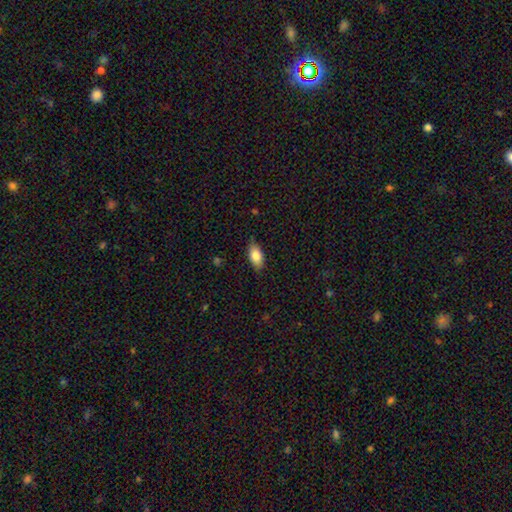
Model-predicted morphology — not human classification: type=smooth (82%); roundness=in between (90%); merging=none (83%).